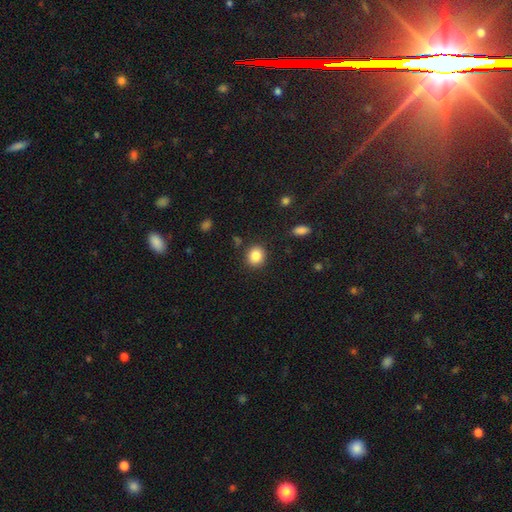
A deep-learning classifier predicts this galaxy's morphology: The model was most divided on "how rounded": round: 81%, in between: 18%, cigar-shaped: 1%. More confident: merging — none (88%); smooth or featured — smooth (85%).